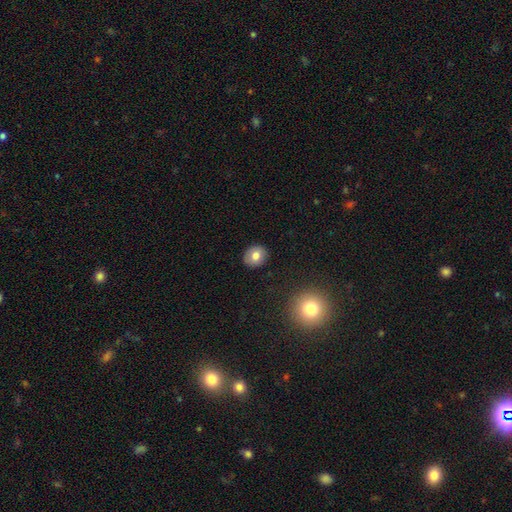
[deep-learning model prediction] The model was most divided on "how rounded": round: 74%, in between: 25%, cigar-shaped: 1%. More confident: merging — none (90%); smooth or featured — smooth (78%).